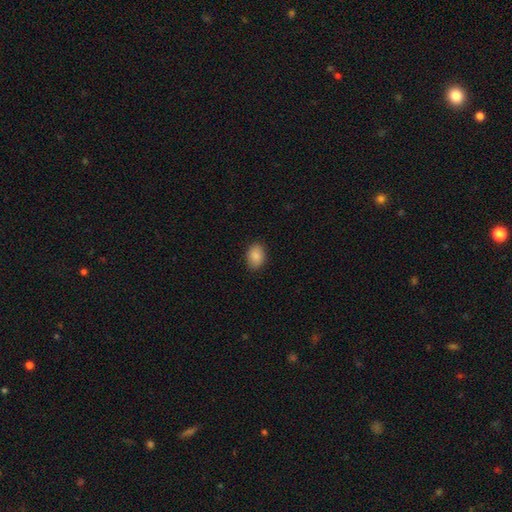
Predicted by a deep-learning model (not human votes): Smooth or featured? smooth (89%)
How rounded? in between (78%)
Merging? none (88%)